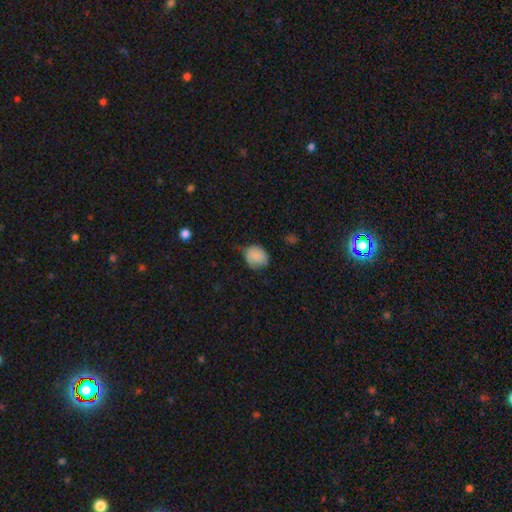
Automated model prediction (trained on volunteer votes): smooth_or_featured: smooth (p=0.81) [alt: featured or disk p=0.10]
how_rounded: round (p=0.66) [alt: in between p=0.33]
merging: none (p=0.46) [alt: minor disturbance p=0.41]